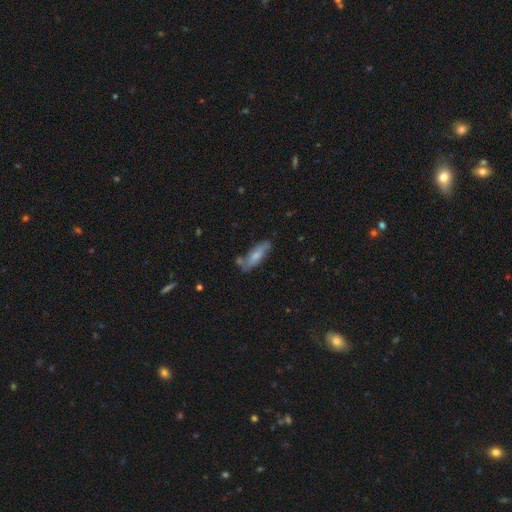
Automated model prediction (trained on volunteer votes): Smooth or featured: smooth — 66% (featured or disk — 28%)
How rounded: cigar-shaped — 53% (in between — 45%)
Merging: none — 66% (minor disturbance — 21%)